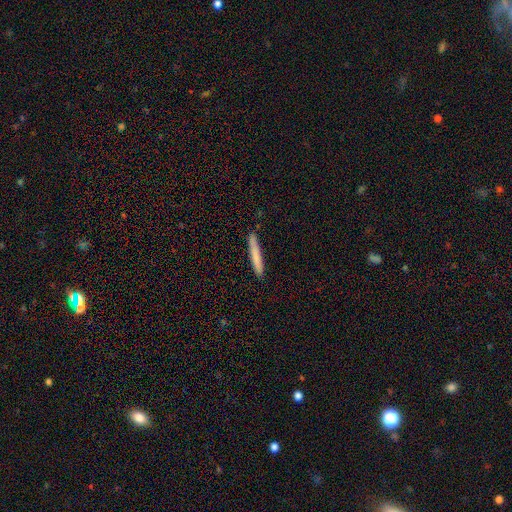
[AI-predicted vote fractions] smooth 77%, featured or disk 17%, star or artifact 6%. Down the decision tree: how rounded — cigar-shaped (96%); merging — none (90%).